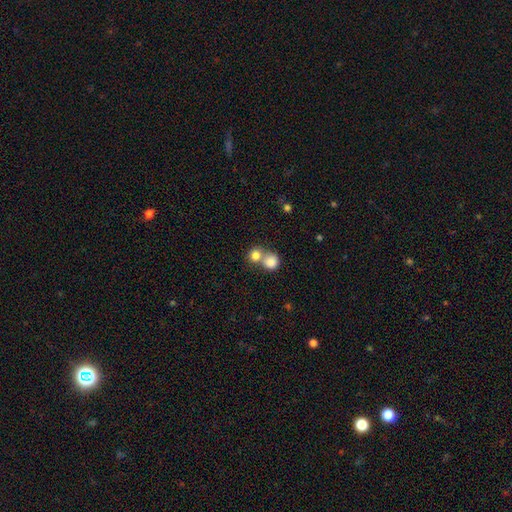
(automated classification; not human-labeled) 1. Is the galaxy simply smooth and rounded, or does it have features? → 82% smooth, 10% star or artifact, 8% featured or disk.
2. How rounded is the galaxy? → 85% round, 14% in between, 1% cigar-shaped.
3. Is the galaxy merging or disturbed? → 53% merger, 39% none, 5% minor disturbance, 3% major disturbance.